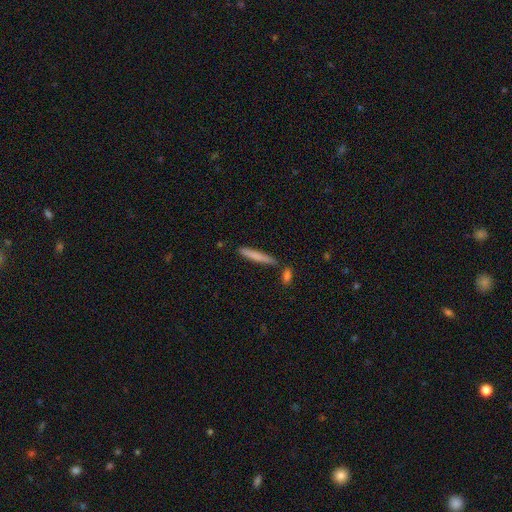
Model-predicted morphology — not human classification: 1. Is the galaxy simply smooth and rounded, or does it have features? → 74% smooth, 21% featured or disk, 5% star or artifact.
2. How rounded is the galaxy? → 94% cigar-shaped, 5% in between, 1% round.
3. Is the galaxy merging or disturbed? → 81% none, 10% minor disturbance, 6% merger, 2% major disturbance.